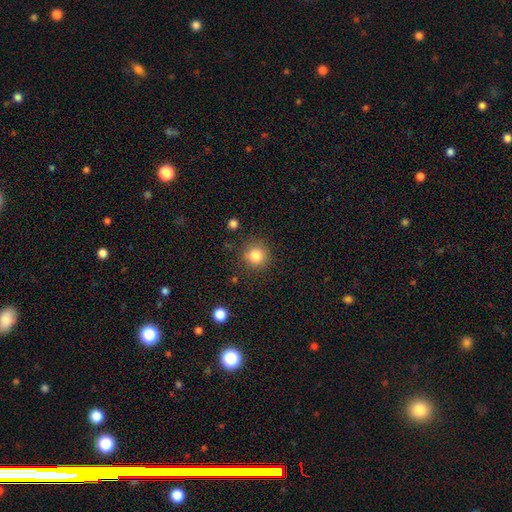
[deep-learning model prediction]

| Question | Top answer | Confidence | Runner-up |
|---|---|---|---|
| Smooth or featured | smooth | 83% | star or artifact (11%) |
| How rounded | round | 93% | in between (6%) |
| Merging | none | 86% | minor disturbance (9%) |